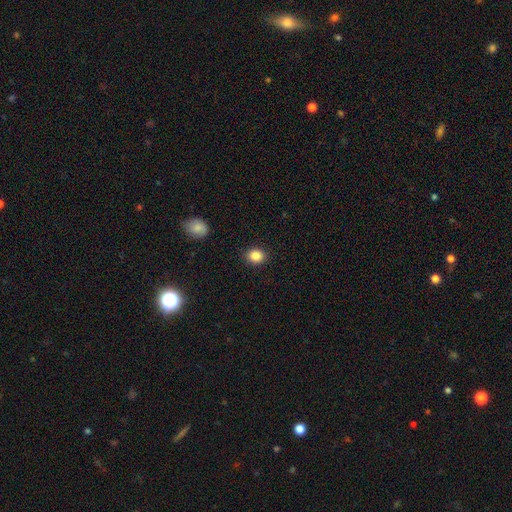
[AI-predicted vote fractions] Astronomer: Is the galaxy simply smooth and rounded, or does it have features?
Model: smooth — 86%.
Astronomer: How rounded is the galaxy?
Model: round — 61% (runner-up: in between, 38%).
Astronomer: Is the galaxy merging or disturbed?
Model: none — 90%.